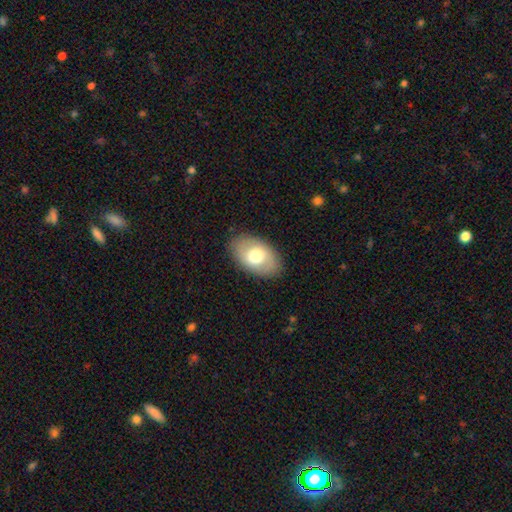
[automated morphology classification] smooth 67%, featured or disk 27%, star or artifact 6%. Down the decision tree: how rounded — in between (91%); merging — none (86%).